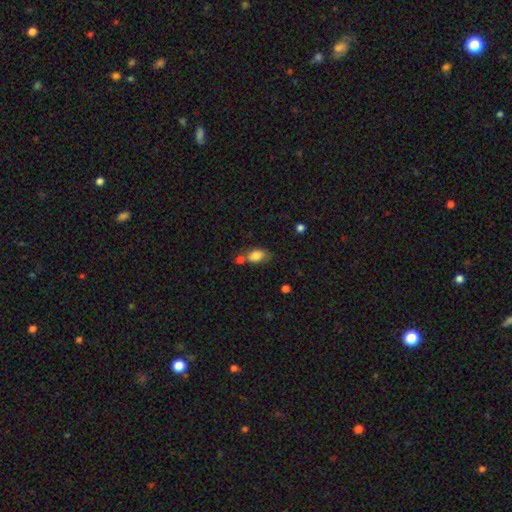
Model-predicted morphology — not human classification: A smooth galaxy with no disk features (82%) that is in between round and cigar-shaped (88%).

Vote fractions:
- Smooth or featured? smooth: 82% / featured or disk: 10% / star or artifact: 8%
- How rounded? in between: 88% / round: 10% / cigar-shaped: 3%
- Merging? none: 45% / merger: 27% / minor disturbance: 20% / major disturbance: 7%